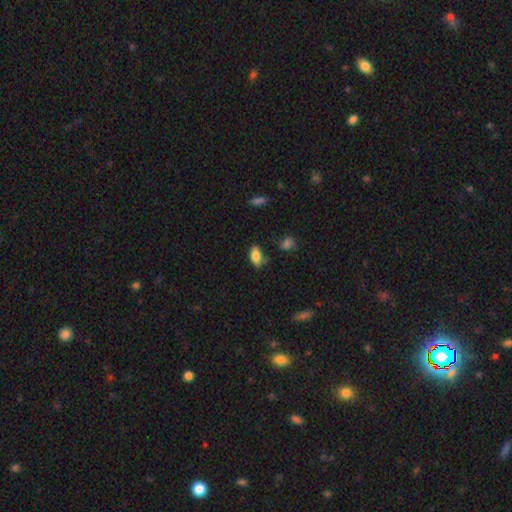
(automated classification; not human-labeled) A smooth galaxy with no disk features (82%) that is in between round and cigar-shaped (89%).

Vote fractions:
- Smooth or featured? smooth: 82% / featured or disk: 10% / star or artifact: 8%
- How rounded? in between: 89% / cigar-shaped: 6% / round: 5%
- Merging? none: 61% / minor disturbance: 28% / major disturbance: 7% / merger: 4%